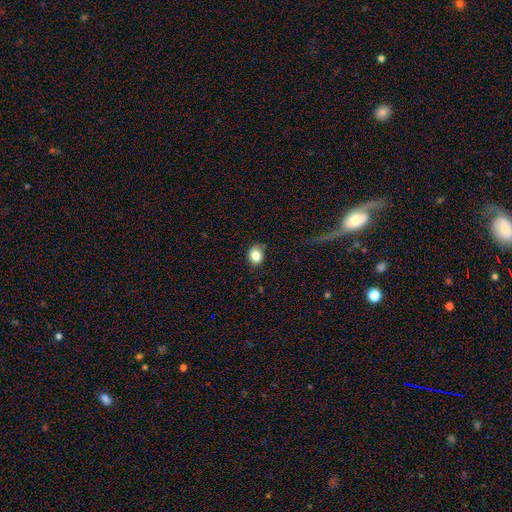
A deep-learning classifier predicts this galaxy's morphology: Smooth or featured? smooth (84%)
How rounded? round (59%)
Merging? none (76%)